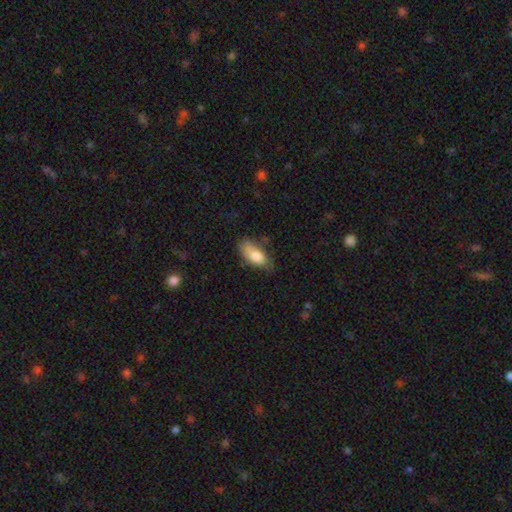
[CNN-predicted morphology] The model was most divided on "merging": none: 57%, minor disturbance: 31%, major disturbance: 9%, merger: 3%. More confident: how rounded — in between (89%); smooth or featured — smooth (80%).